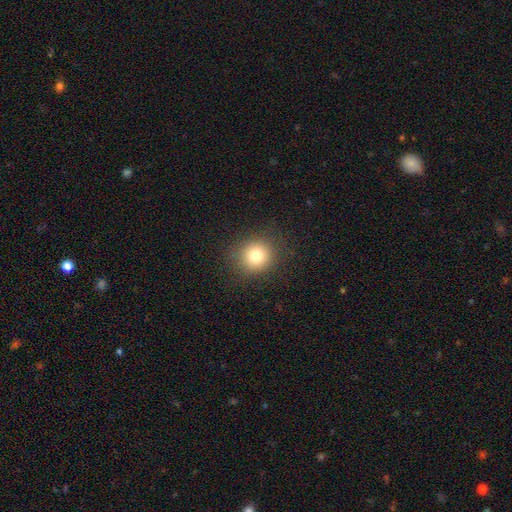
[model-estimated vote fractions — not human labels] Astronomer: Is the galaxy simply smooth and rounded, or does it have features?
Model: smooth — 80%.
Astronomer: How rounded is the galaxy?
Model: round — 88%.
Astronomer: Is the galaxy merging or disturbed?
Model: none — 88%.